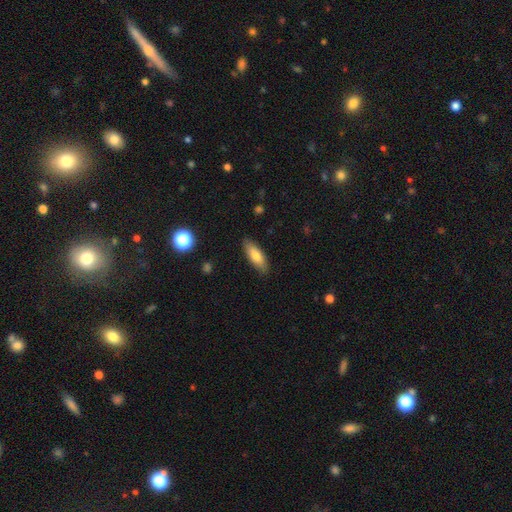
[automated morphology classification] Smooth or featured? Predicted: smooth (p=0.75). How rounded? Predicted: in between (p=0.63). Merging? Predicted: none (p=0.86).